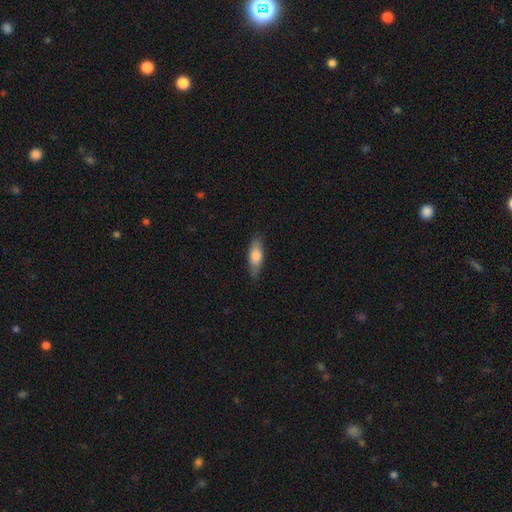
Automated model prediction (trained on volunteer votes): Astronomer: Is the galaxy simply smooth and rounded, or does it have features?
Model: smooth — 75%.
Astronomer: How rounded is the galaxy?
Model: in between — 65%.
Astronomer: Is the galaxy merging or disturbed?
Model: none — 83%.